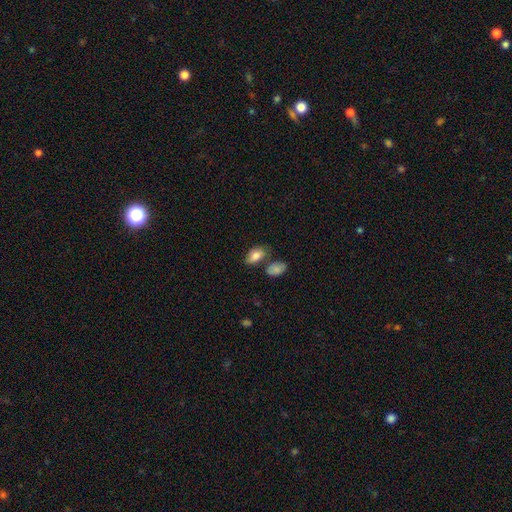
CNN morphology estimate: This appears to be a smooth galaxy with no disk features (81%) that is in between round and cigar-shaped (90%). Merging: none (60%).